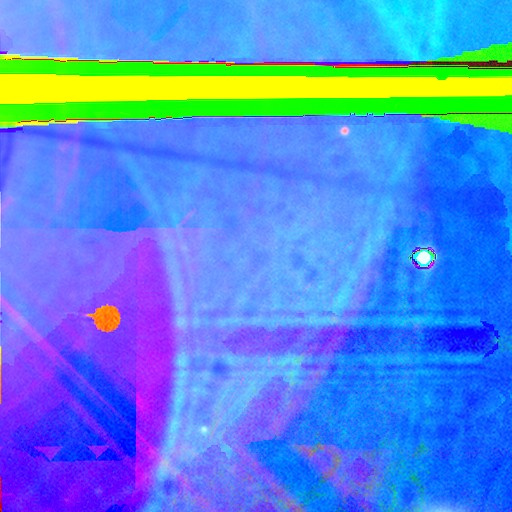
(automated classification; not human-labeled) This is clearly a star or artifact rather than a galaxy (86%).